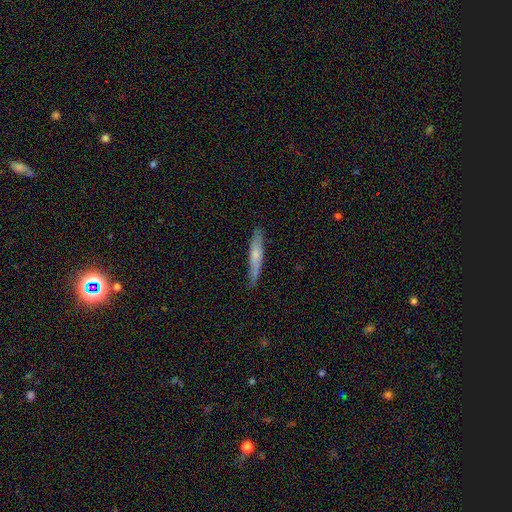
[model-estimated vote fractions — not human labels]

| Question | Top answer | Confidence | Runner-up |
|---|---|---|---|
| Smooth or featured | smooth | 58% | featured or disk (36%) |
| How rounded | cigar-shaped | 92% | in between (7%) |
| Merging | none | 83% | minor disturbance (14%) |